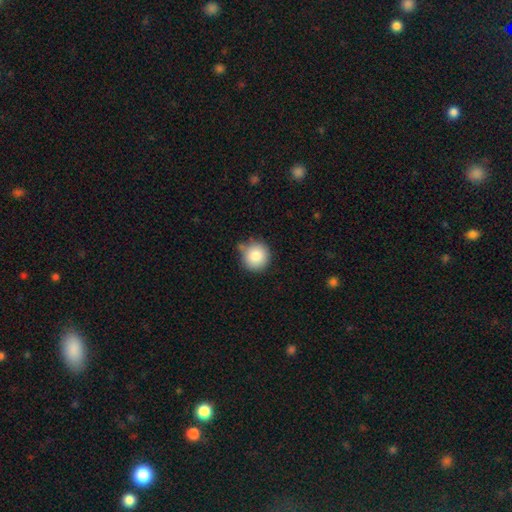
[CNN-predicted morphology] smooth_or_featured: smooth (p=0.85) [alt: star or artifact p=0.09]
how_rounded: round (p=0.93) [alt: in between p=0.06]
merging: none (p=0.74) [alt: minor disturbance p=0.17]